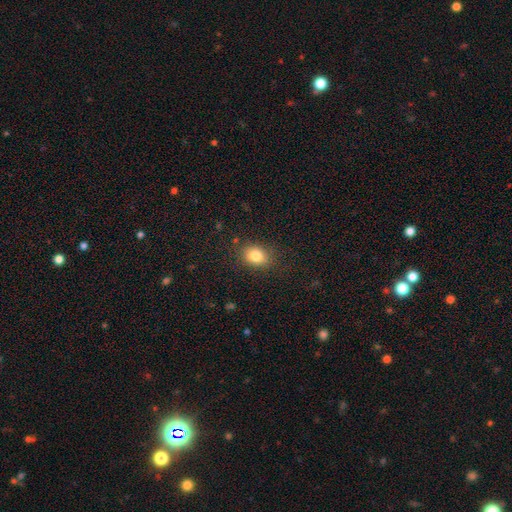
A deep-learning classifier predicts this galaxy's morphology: Overall: smooth (81%). How rounded: in between (56%; round 43%). Merging: none (83%).